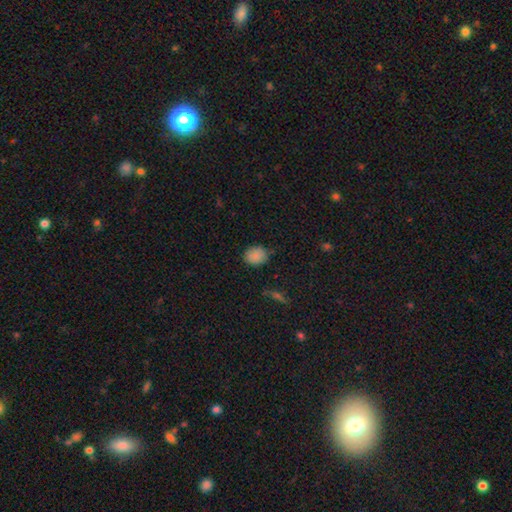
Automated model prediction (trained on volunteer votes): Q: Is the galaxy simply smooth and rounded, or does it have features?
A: smooth — 85%.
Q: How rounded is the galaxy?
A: round — 51%.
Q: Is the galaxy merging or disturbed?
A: none — 80%.